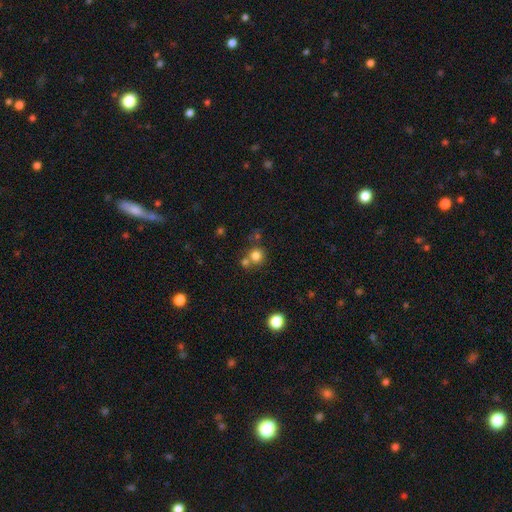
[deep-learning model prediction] This appears to be a smooth galaxy with no disk features (78%) that is round (90%). Merging: none (61%).